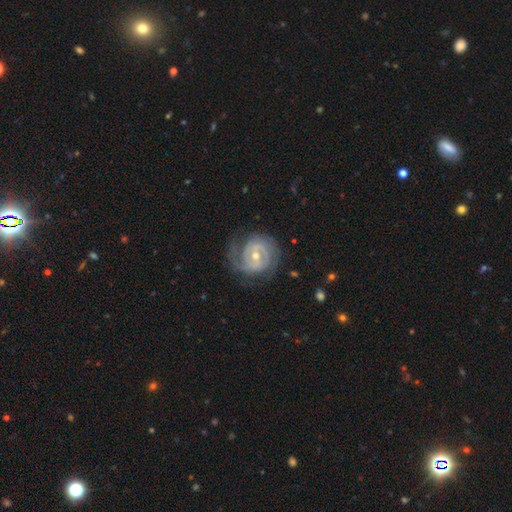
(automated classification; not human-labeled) A featured or disk galaxy (87%) with no bar (43%, tied with weak), 2 (55%) tight (63%) spiral arms (95%) and a moderate central bulge (50%).

Vote fractions:
- Smooth or featured? featured or disk: 87% / smooth: 8% / star or artifact: 5%
- Edge-on disk? no: 98% / yes: 2%
- Bar? no: 43% (tied) / weak: 43% (tied) / strong: 14%
- Spiral arms? yes: 95% / no: 5%
- Spiral winding? tight: 63% / medium: 29% / loose: 8%
- Spiral arm count? 2: 55% / can't tell: 18% / 3: 14% / 1: 5% / 4: 4% / more than 4: 3%
- Bulge size? moderate: 50% / small: 47% / large: 1% / none: 1% / dominant: 1%
- Merging? none: 68% / minor disturbance: 19% / major disturbance: 11% / merger: 1%